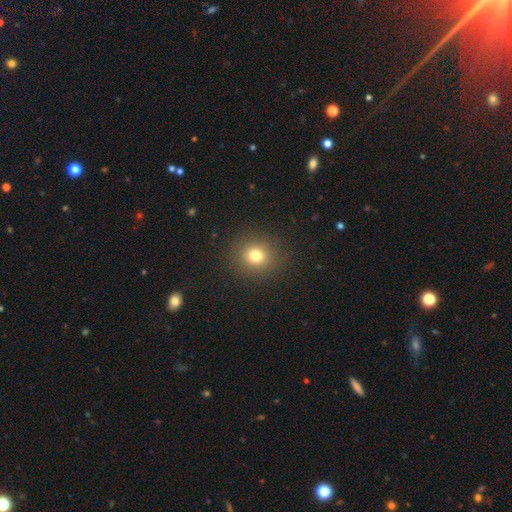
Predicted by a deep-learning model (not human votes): Smooth or featured?
  - smooth: 77% *
  - star or artifact: 15%
  - featured or disk: 8%
How rounded?
  - round: 87% *
  - in between: 12%
  - cigar-shaped: 1%
Merging?
  - none: 90% *
  - minor disturbance: 6%
  - major disturbance: 3%
  - merger: 1%